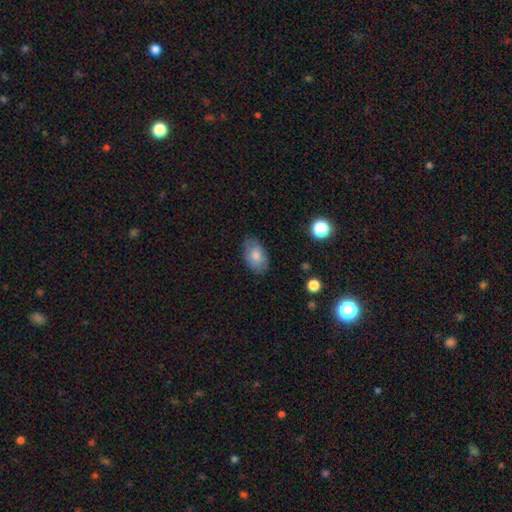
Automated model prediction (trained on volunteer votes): A smooth galaxy with no disk features (77%) that is in between round and cigar-shaped (91%).

Vote fractions:
- Smooth or featured? smooth: 77% / featured or disk: 16% / star or artifact: 7%
- How rounded? in between: 91% / round: 8% / cigar-shaped: 1%
- Merging? none: 72% / minor disturbance: 22% / major disturbance: 4% / merger: 1%